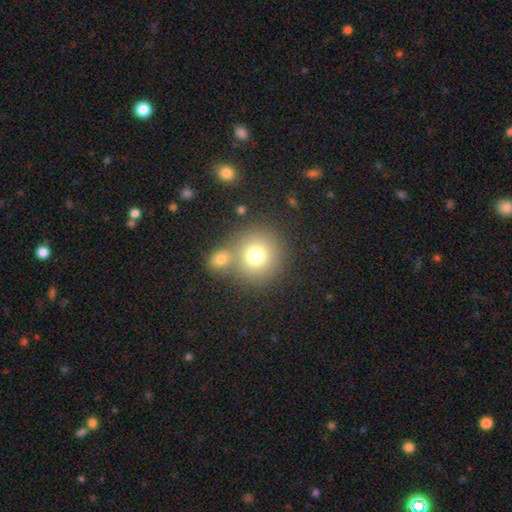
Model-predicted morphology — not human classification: Smooth or featured? Predicted: smooth (p=0.75). How rounded? Predicted: round (p=0.91). Merging? Predicted: none (p=0.58).